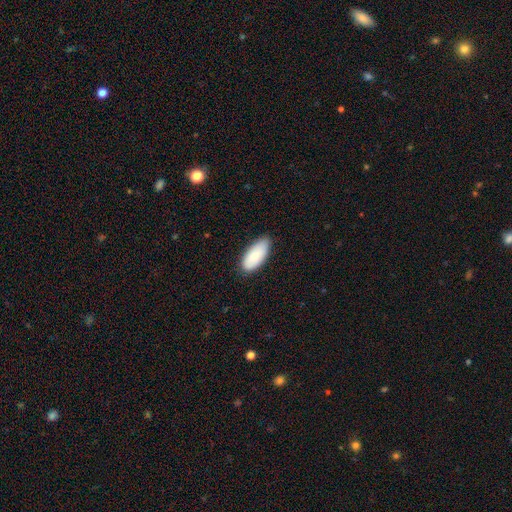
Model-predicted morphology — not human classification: Smooth or featured? smooth (88%)
How rounded? in between (89%)
Merging? none (79%)